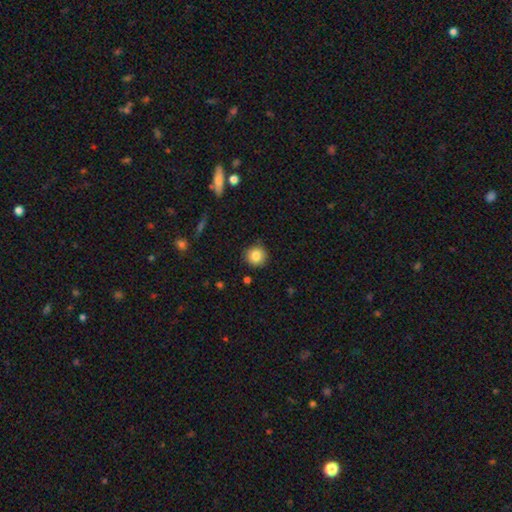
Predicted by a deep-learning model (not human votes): smooth-or-featured: smooth: 84% | star or artifact: 9% | featured or disk: 7%
  how-rounded: round: 94% | in between: 5% | cigar-shaped: 1%
  merging: none: 88% | minor disturbance: 8% | major disturbance: 2% | merger: 1%